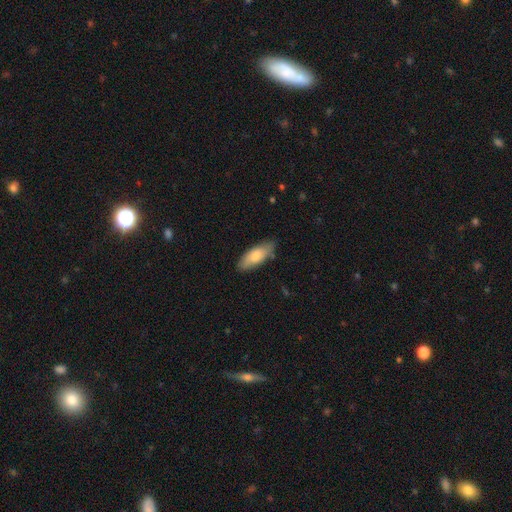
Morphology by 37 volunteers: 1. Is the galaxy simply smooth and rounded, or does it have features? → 89% smooth, 11% featured or disk, 0% star or artifact.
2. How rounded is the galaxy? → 85% in between, 12% cigar-shaped, 3% round.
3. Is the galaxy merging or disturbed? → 76% none, 19% minor disturbance, 3% major disturbance, 3% merger.